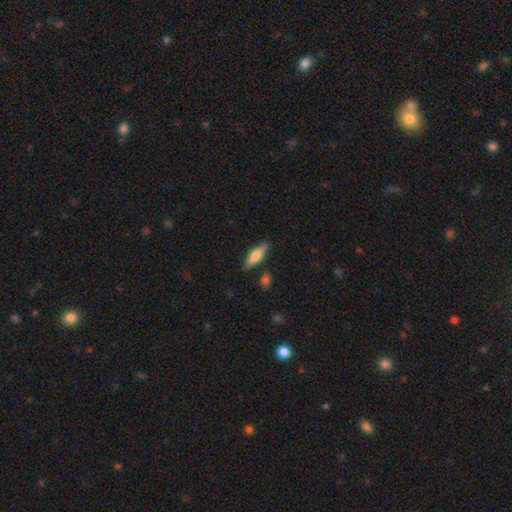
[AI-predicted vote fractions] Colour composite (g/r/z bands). It shows a smooth galaxy with no disk features (61%) that is cigar-shaped (51%). Merging: none (81%).